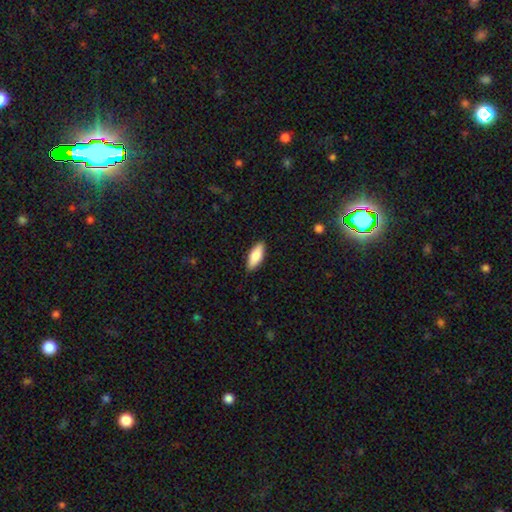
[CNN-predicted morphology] smooth 76%, featured or disk 18%, star or artifact 6%. Down the decision tree: how rounded — in between (70%); merging — none (89%).